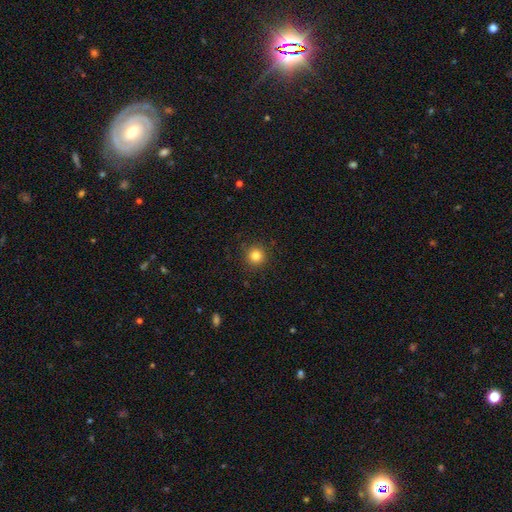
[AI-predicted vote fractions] smooth-or-featured: smooth: 82% | star or artifact: 12% | featured or disk: 5%
  how-rounded: round: 94% | in between: 5% | cigar-shaped: 1%
  merging: none: 90% | minor disturbance: 7% | major disturbance: 2% | merger: 1%